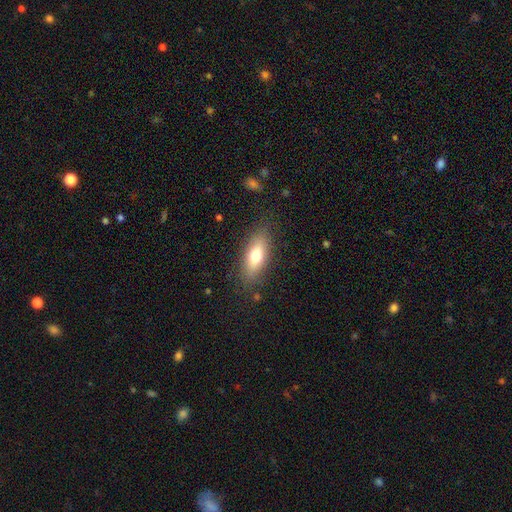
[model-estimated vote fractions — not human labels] Smooth or featured?
  - smooth: 70% *
  - featured or disk: 23%
  - star or artifact: 7%
How rounded?
  - in between: 72% *
  - cigar-shaped: 24%
  - round: 4%
Merging?
  - none: 83% *
  - minor disturbance: 12%
  - major disturbance: 4%
  - merger: 1%